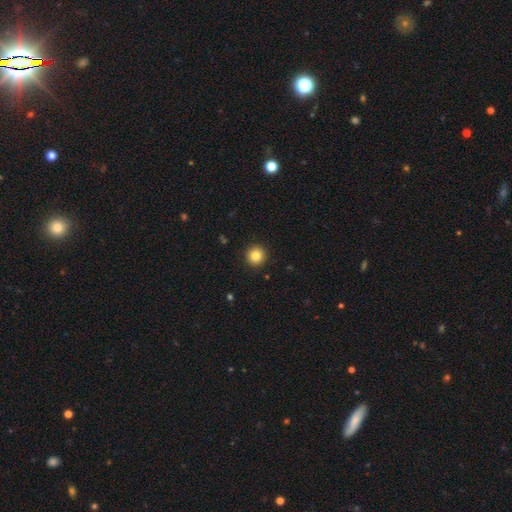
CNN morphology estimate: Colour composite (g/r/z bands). It shows a smooth galaxy with no disk features (84%) that is round (94%). Merging: none (93%).